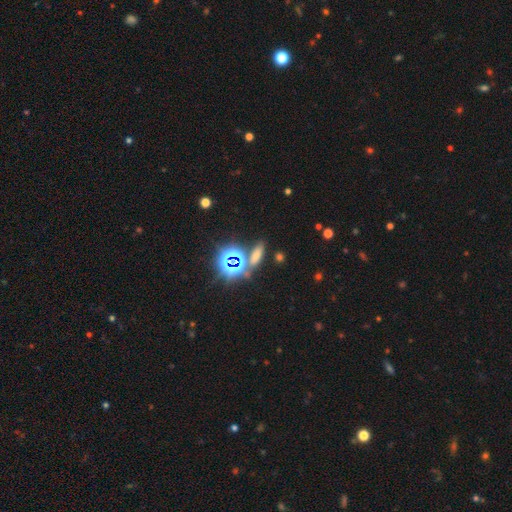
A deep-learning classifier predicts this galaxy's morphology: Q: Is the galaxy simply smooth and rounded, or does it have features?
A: smooth — 50%.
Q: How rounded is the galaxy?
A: in between — 52%.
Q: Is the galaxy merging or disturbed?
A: none — 75%.